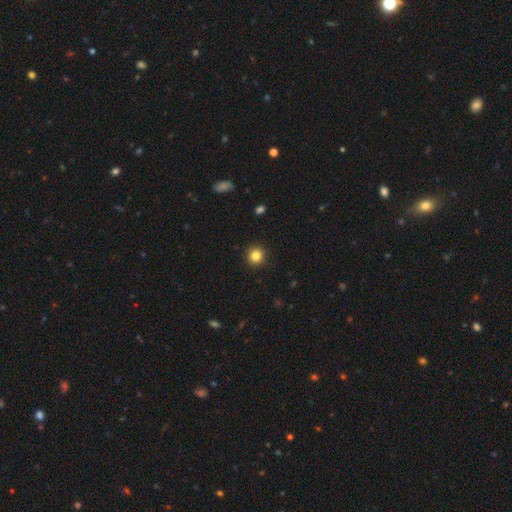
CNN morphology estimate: Overall: smooth (84%). How rounded: round (92%). Merging: none (93%).